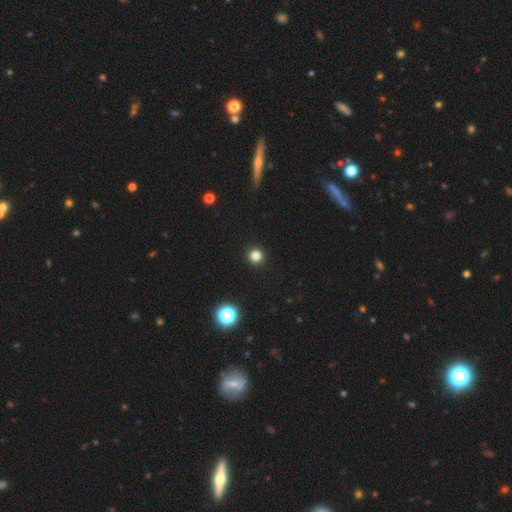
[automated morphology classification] This is clearly a smooth galaxy (82%). How rounded: clearly round (96%). Merging: clearly none (94%).